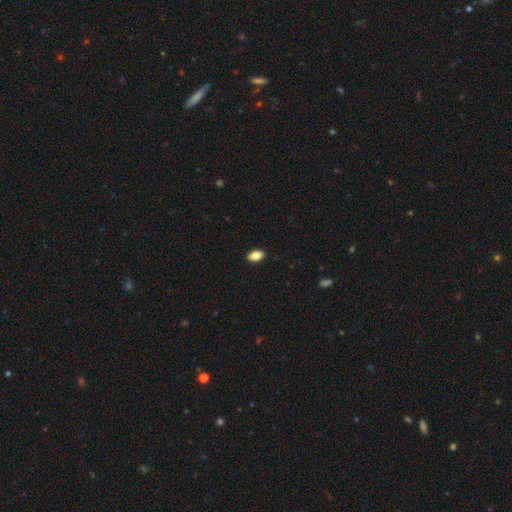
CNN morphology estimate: Smooth or featured? smooth (83%)
How rounded? in between (90%)
Merging? none (90%)